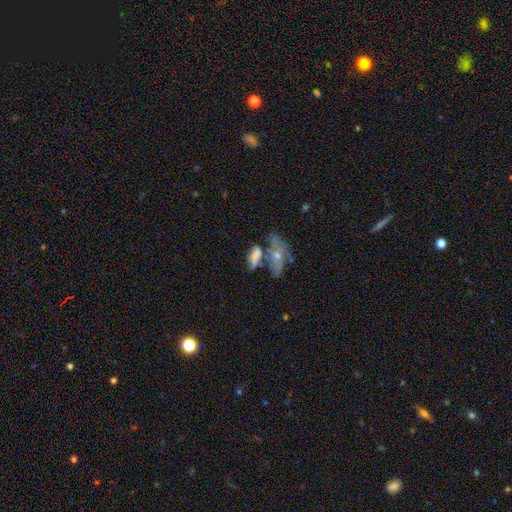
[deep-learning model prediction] A smooth galaxy with no disk features (57%) that is in between round and cigar-shaped (80%). Merging: merger (45%).